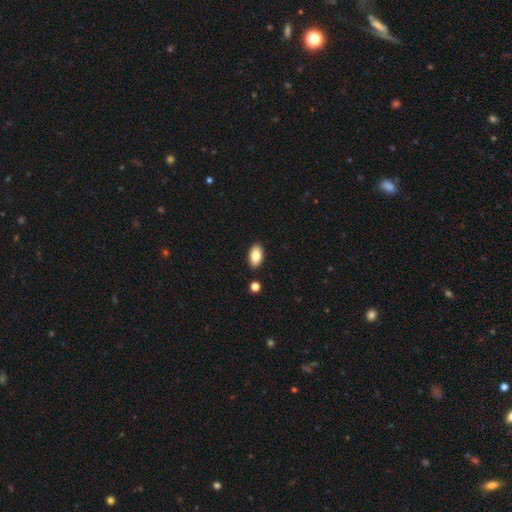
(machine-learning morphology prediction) A smooth galaxy with no disk features (84%) that is in between round and cigar-shaped (94%). Merging: none (89%).